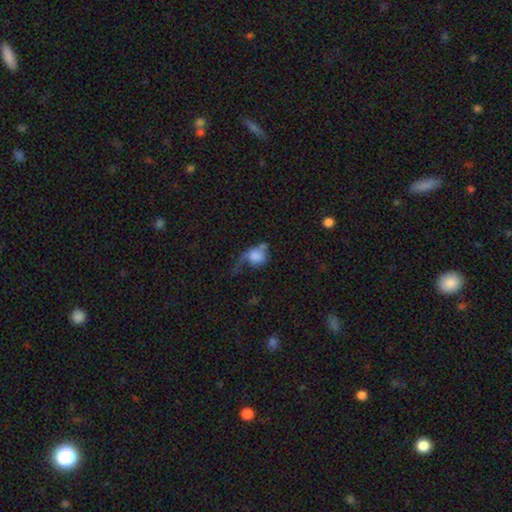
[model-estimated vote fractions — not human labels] Morphology: type=smooth (68%); roundness=round (54%); merging=major disturbance (43%).